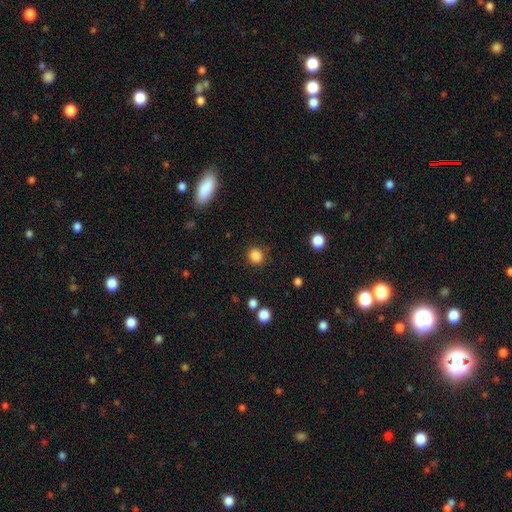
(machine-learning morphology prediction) A smooth galaxy with no disk features (86%) that is round (87%).

Vote fractions:
- Smooth or featured? smooth: 86% / star or artifact: 11% / featured or disk: 3%
- How rounded? round: 87% / in between: 12% / cigar-shaped: 1%
- Merging? none: 87% / minor disturbance: 9% / major disturbance: 3% / merger: 2%